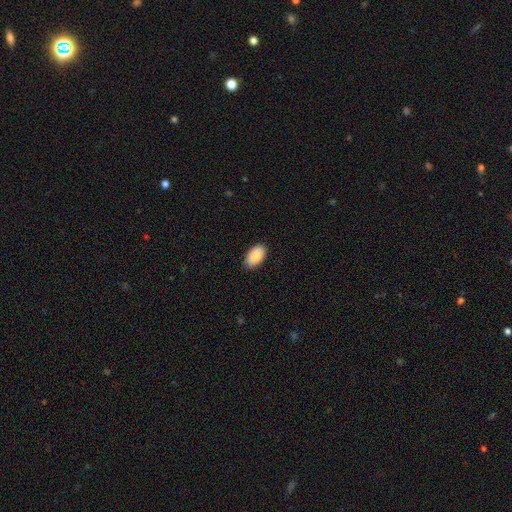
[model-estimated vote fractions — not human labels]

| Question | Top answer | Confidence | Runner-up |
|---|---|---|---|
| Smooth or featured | smooth | 86% | featured or disk (8%) |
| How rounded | in between | 94% | round (5%) |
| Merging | none | 86% | minor disturbance (11%) |